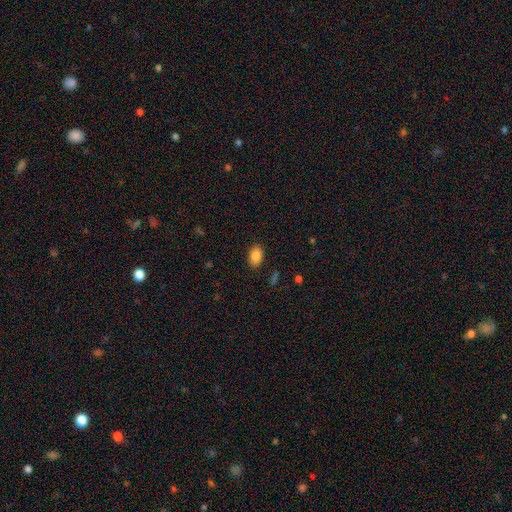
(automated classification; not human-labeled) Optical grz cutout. It shows a smooth galaxy with no disk features (87%) that is in between round and cigar-shaped (88%). Merging: none (88%).